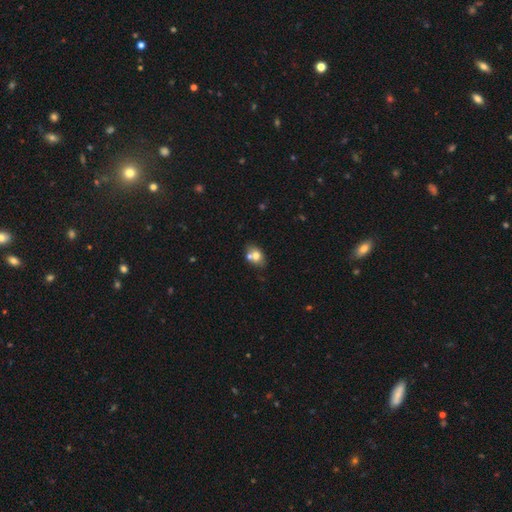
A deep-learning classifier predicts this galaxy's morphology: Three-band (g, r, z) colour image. It shows a smooth galaxy with no disk features (69%) that is in between round and cigar-shaped (67%). Merging: none (50%).